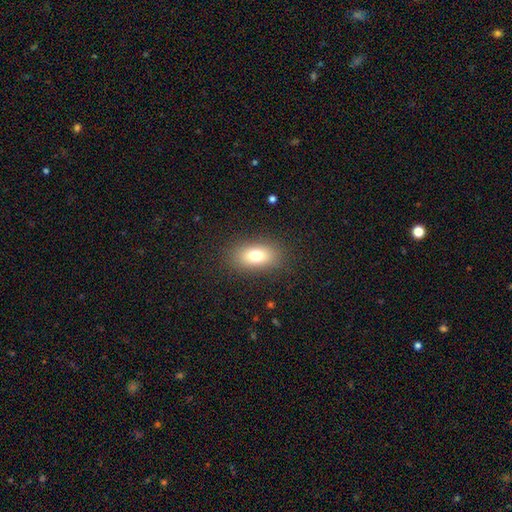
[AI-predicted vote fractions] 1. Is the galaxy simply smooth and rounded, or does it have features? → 75% smooth, 14% featured or disk, 11% star or artifact.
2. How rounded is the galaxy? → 84% in between, 12% round, 4% cigar-shaped.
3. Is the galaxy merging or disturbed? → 86% none, 9% minor disturbance, 4% major disturbance, 1% merger.